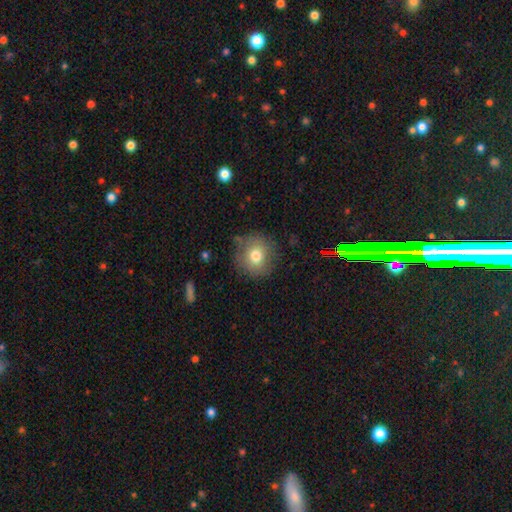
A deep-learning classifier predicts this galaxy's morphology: type=smooth (76%); roundness=round (90%); merging=none (81%).